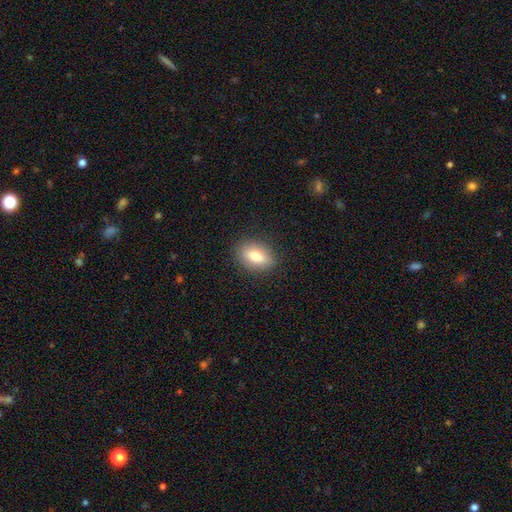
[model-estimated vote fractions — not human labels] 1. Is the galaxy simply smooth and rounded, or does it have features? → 77% smooth, 14% featured or disk, 8% star or artifact.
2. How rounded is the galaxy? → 82% in between, 14% round, 4% cigar-shaped.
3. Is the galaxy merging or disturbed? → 87% none, 9% minor disturbance, 3% major disturbance, 1% merger.